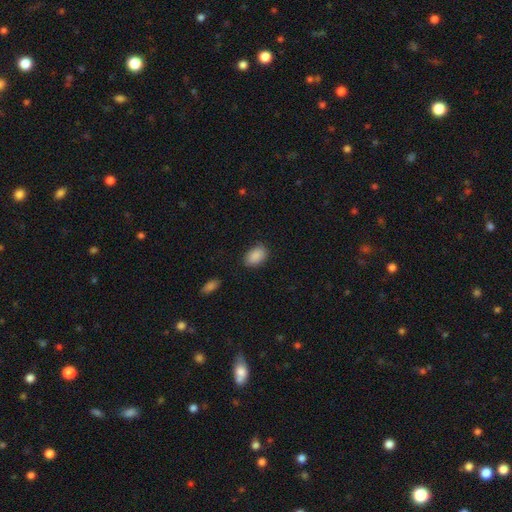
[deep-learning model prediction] Q: Smooth or featured?
A: smooth (89%); runner-up: star or artifact (7%)
Q: How rounded?
A: in between (86%); runner-up: round (13%)
Q: Merging?
A: none (82%); runner-up: minor disturbance (13%)